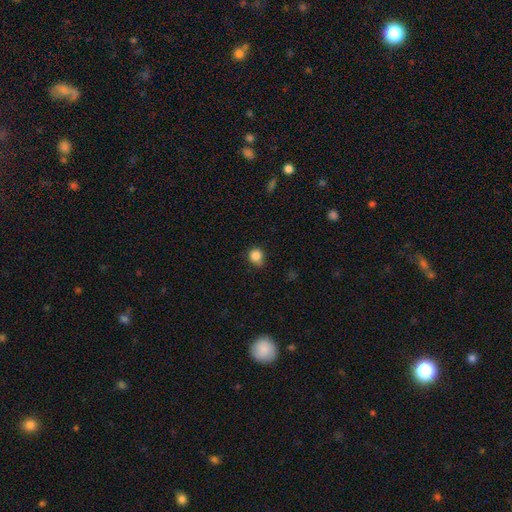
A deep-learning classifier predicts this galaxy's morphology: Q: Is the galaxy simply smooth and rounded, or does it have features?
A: smooth — 85%.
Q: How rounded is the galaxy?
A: round — 85%.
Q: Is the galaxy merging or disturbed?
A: none — 74%.